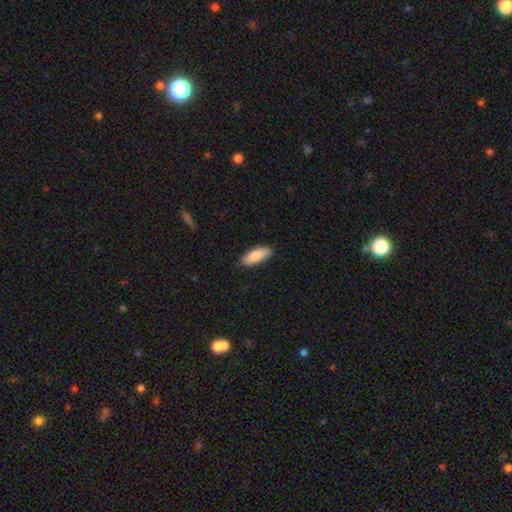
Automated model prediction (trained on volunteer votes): Smooth or featured: smooth — 86% (featured or disk — 8%)
How rounded: in between — 74% (cigar-shaped — 24%)
Merging: none — 87% (minor disturbance — 10%)